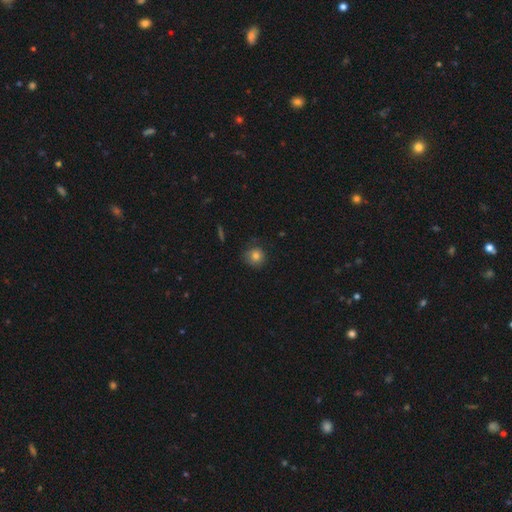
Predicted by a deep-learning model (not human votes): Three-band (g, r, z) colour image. It shows a smooth galaxy with no disk features (81%) that is round (90%). Merging: none (73%).